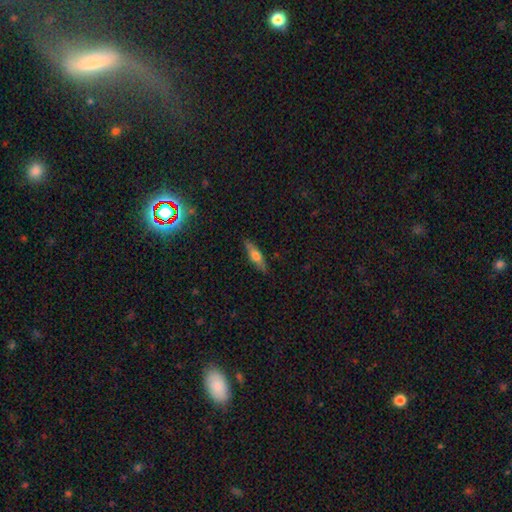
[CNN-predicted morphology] Smooth or featured? smooth (52%)
How rounded? cigar-shaped (72%)
Merging? none (87%)